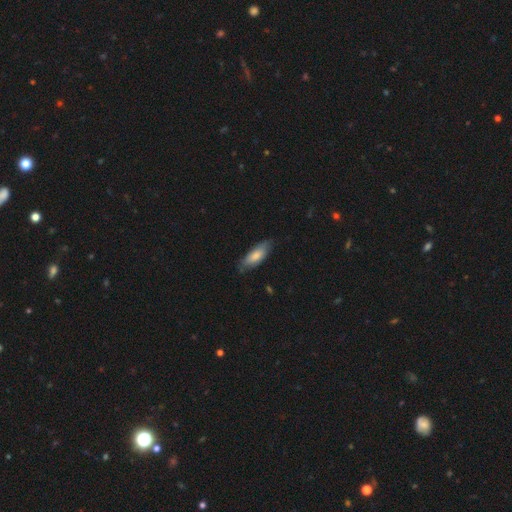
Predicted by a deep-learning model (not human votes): Smooth or featured?
  - smooth: 77% *
  - featured or disk: 18%
  - star or artifact: 6%
How rounded?
  - in between: 65% *
  - cigar-shaped: 34%
  - round: 2%
Merging?
  - none: 76% *
  - minor disturbance: 20%
  - major disturbance: 3%
  - merger: 1%